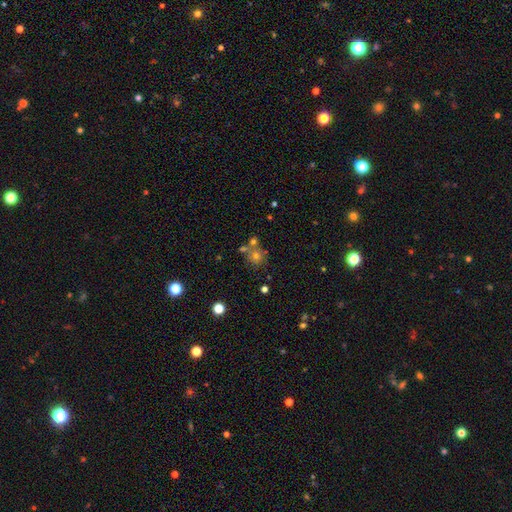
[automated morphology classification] smooth_or_featured: smooth (p=0.57) [alt: star or artifact p=0.26]
how_rounded: round (p=0.89) [alt: in between p=0.10]
merging: none (p=0.66) [alt: merger p=0.21]